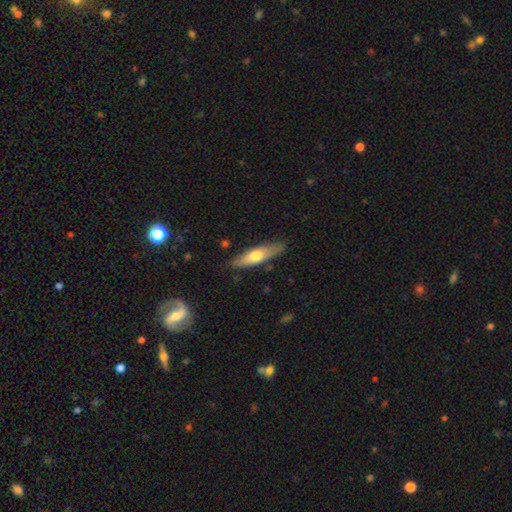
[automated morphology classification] A smooth galaxy with no disk features (58%) that is cigar-shaped (63%).

Vote fractions:
- Smooth or featured? smooth: 58% / featured or disk: 37% / star or artifact: 5%
- How rounded? cigar-shaped: 63% / in between: 35% / round: 2%
- Merging? none: 82% / minor disturbance: 14% / major disturbance: 3% / merger: 2%